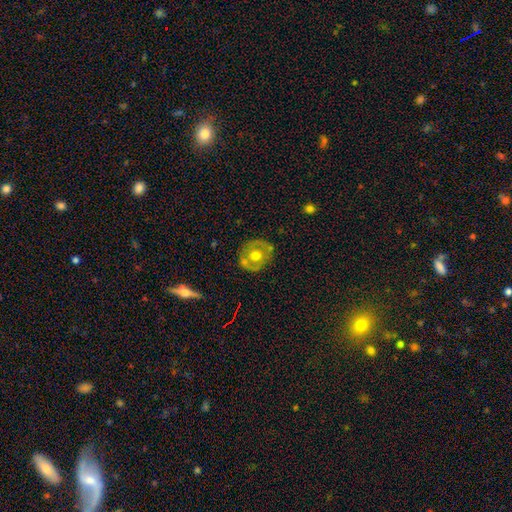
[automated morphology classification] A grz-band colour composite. It shows a featured or disk galaxy (52%). Merging: none (78%).